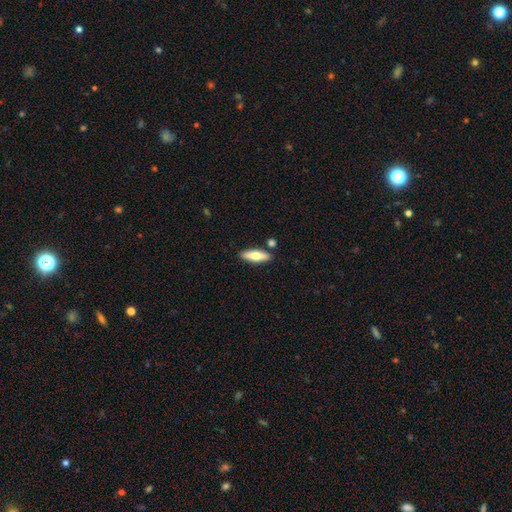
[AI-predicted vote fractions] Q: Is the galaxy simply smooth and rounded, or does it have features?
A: smooth — 65%.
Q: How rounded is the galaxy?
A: in between — 54%.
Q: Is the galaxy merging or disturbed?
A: none — 83%.